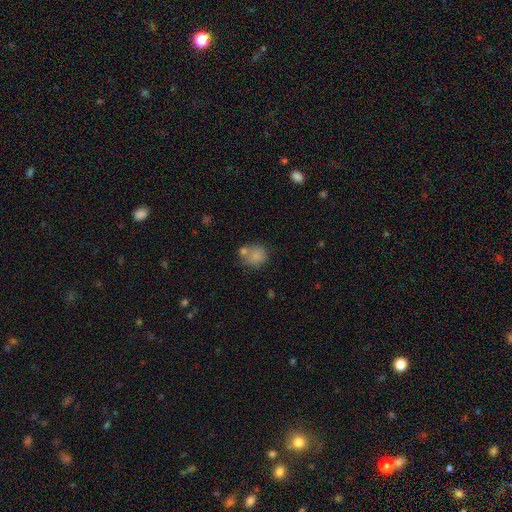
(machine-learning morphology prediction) Smooth or featured: smooth — 79% (featured or disk — 11%)
How rounded: round — 72% (in between — 27%)
Merging: none — 50% (merger — 29%)